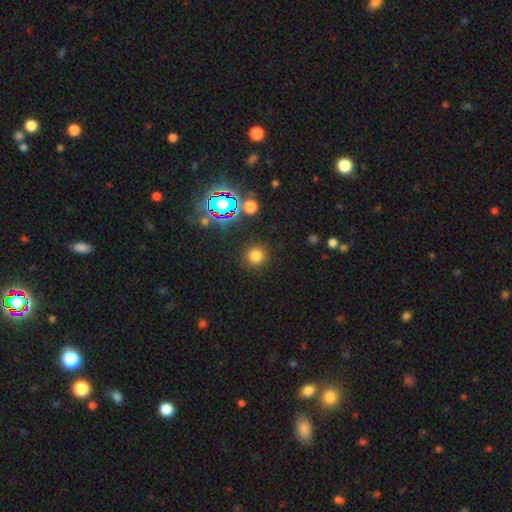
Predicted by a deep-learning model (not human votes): This is likely a smooth galaxy (75%). How rounded: clearly round (92%). Merging: clearly none (89%).